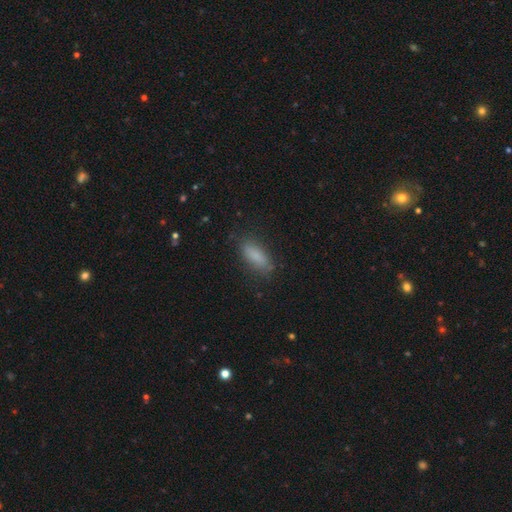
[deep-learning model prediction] smooth-or-featured: smooth: 81% | featured or disk: 11% | star or artifact: 8%
  how-rounded: in between: 73% | cigar-shaped: 24% | round: 3%
  merging: none: 78% | minor disturbance: 16% | major disturbance: 5% | merger: 1%